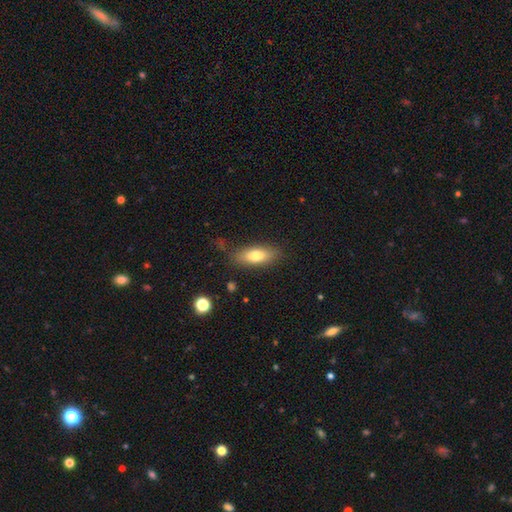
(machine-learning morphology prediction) A smooth galaxy with no disk features (76%) that is in between round and cigar-shaped (73%). Merging: none (78%).